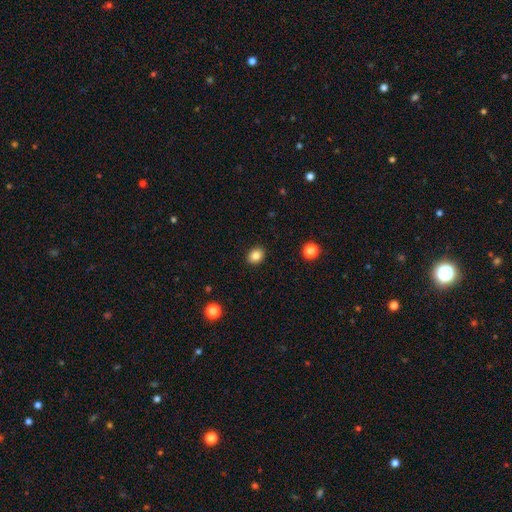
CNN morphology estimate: type=smooth (84%); roundness=in between (56%); merging=none (90%).